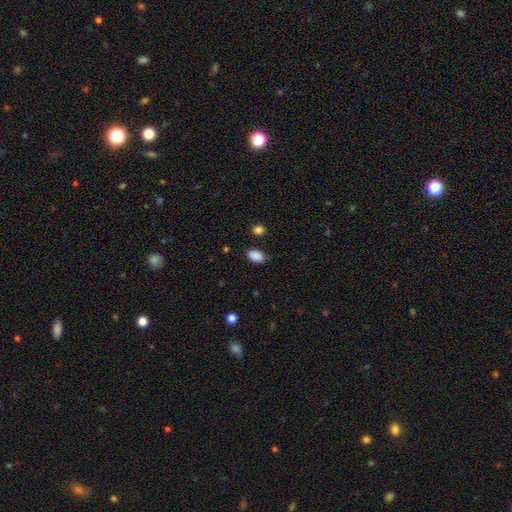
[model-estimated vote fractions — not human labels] smooth 89%, star or artifact 8%, featured or disk 3%. Down the decision tree: how rounded — in between (88%); merging — none (81%).